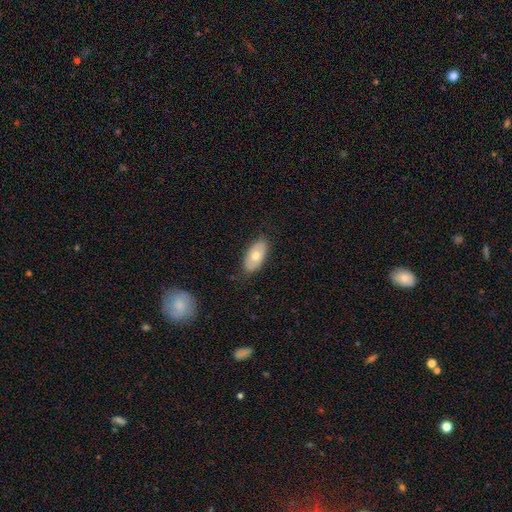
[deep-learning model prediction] This appears to be a smooth galaxy with no disk features (64%) that is in between round and cigar-shaped (93%). Merging: none (84%).